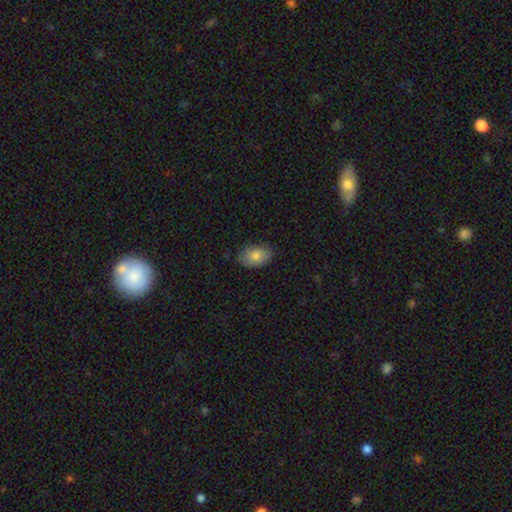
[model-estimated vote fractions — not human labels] Morphology: type=smooth (80%); roundness=in between (88%); merging=none (81%).